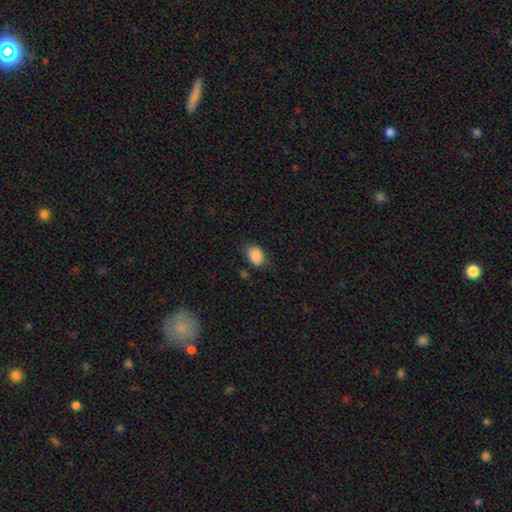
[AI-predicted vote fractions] smooth-or-featured: smooth: 88% | star or artifact: 8% | featured or disk: 4%
  how-rounded: in between: 78% | round: 21% | cigar-shaped: 1%
  merging: none: 77% | minor disturbance: 17% | major disturbance: 4% | merger: 2%